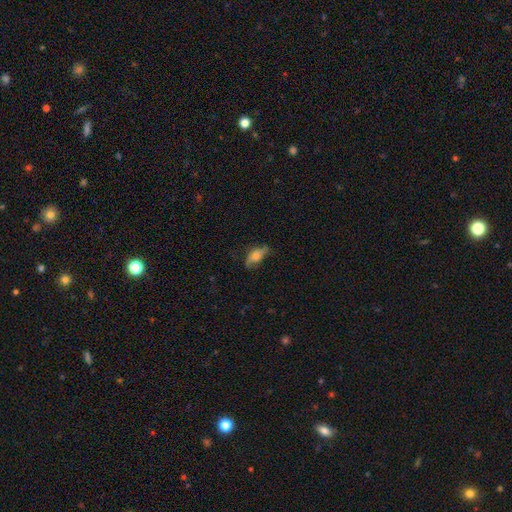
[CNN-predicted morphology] smooth-or-featured: smooth: 61% | featured or disk: 30% | star or artifact: 9%
  how-rounded: in between: 79% | cigar-shaped: 17% | round: 5%
  merging: none: 55% | minor disturbance: 31% | major disturbance: 12% | merger: 2%